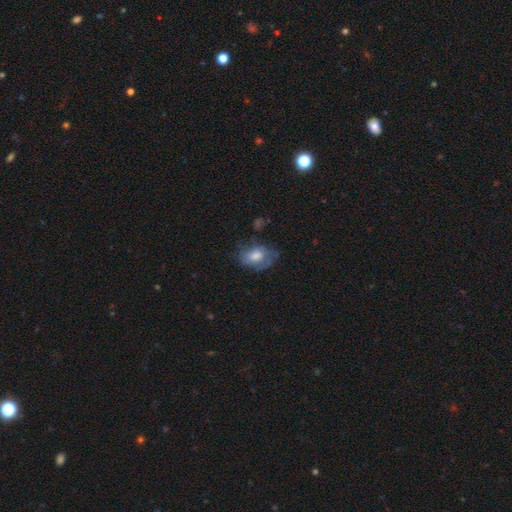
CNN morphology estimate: Q: Smooth or featured?
A: featured or disk (51%); runner-up: smooth (38%)
Q: Edge-on disk?
A: no (95%); runner-up: yes (5%)
Q: Merging?
A: none (54%); runner-up: minor disturbance (27%)